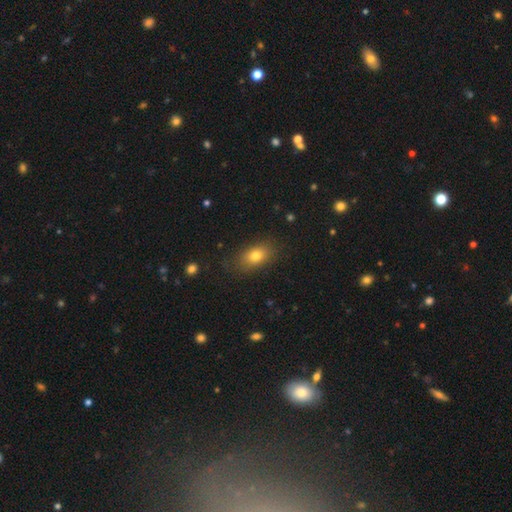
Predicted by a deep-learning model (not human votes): This is likely a smooth galaxy (78%). How rounded: clearly in between (83%). Merging: likely none (78%).